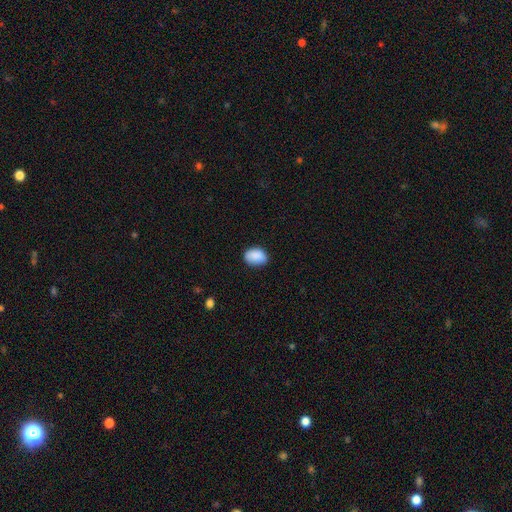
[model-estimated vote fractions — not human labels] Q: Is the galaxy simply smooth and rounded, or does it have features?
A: smooth — 89%.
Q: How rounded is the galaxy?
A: in between — 77%.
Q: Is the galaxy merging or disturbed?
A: none — 81%.